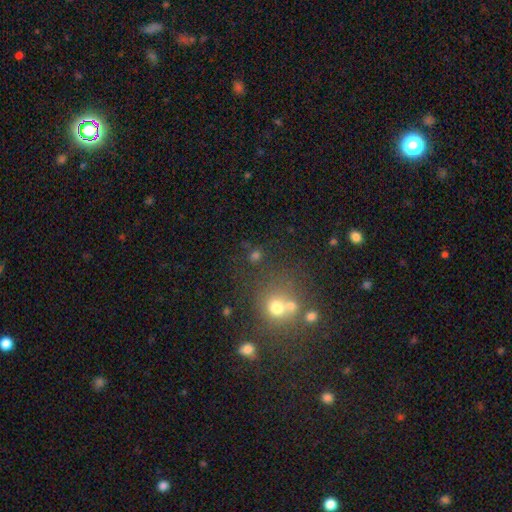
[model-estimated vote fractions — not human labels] Morphology: type=smooth (59%); roundness=round (81%); merging=none (63%).